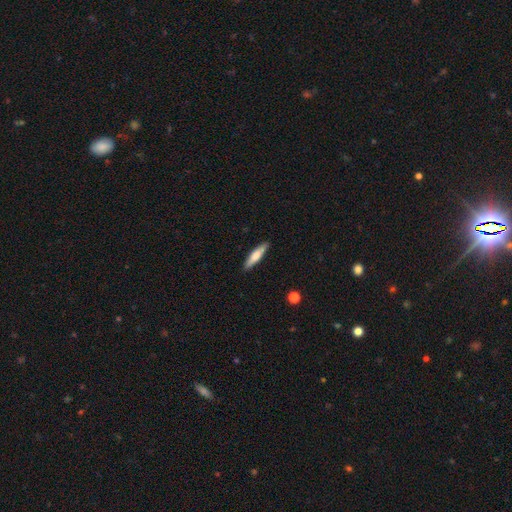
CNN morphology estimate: Q: Smooth or featured?
A: smooth (61%); runner-up: featured or disk (33%)
Q: How rounded?
A: cigar-shaped (81%); runner-up: in between (18%)
Q: Merging?
A: none (90%); runner-up: minor disturbance (8%)